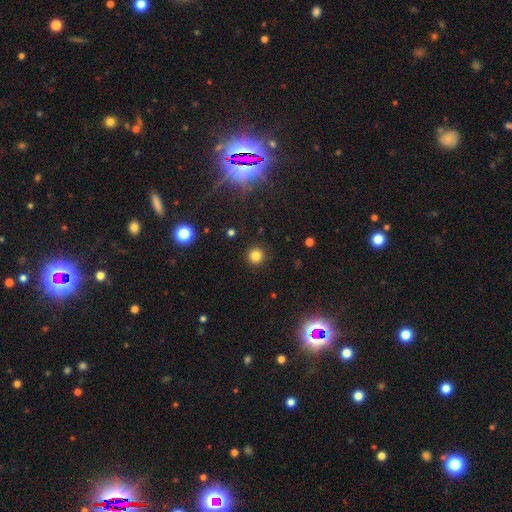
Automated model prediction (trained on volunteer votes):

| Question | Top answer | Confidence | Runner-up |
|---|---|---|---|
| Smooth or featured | smooth | 81% | star or artifact (14%) |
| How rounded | round | 95% | in between (4%) |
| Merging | none | 92% | minor disturbance (5%) |